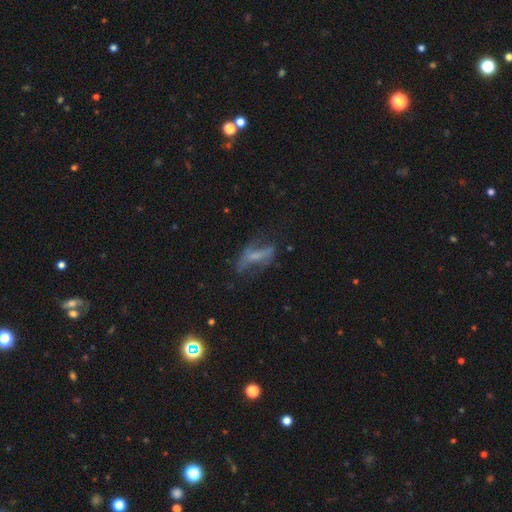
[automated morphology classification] A featured or disk galaxy (55%).

Vote fractions:
- Smooth or featured? featured or disk: 55% / smooth: 32% / star or artifact: 13%
- Edge-on disk? no: 77% / yes: 23%
- Merging? none: 43% / major disturbance: 29% / minor disturbance: 24% / merger: 4%